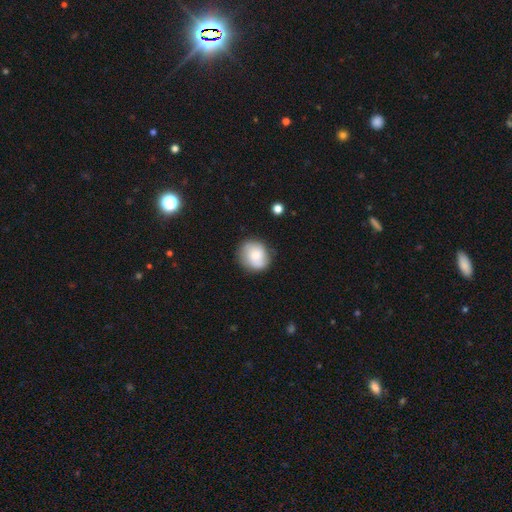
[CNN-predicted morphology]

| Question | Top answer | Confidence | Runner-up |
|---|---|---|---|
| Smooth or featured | smooth | 64% | featured or disk (28%) |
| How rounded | round | 79% | in between (20%) |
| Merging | none | 78% | minor disturbance (16%) |